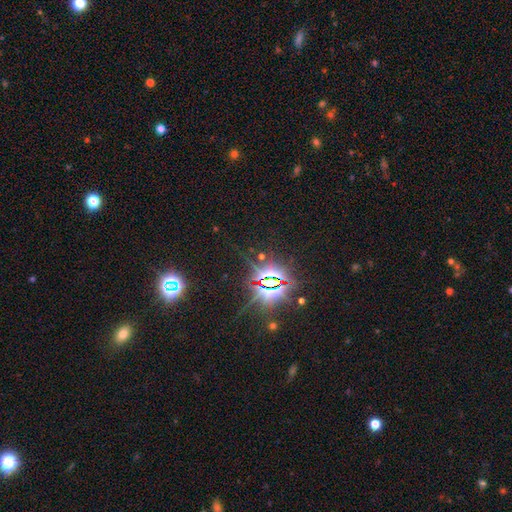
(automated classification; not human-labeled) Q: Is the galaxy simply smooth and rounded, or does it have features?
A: star or artifact — 82%.